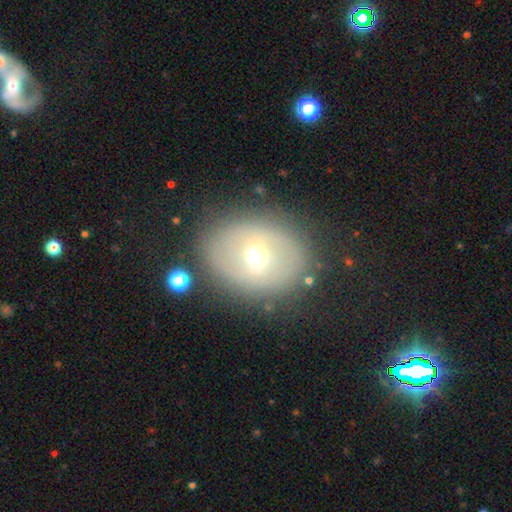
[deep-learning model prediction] smooth_or_featured: featured or disk (p=0.50) [alt: smooth p=0.39]
disk_edge_on: no (p=0.94) [alt: yes p=0.06]
merging: none (p=0.82) [alt: minor disturbance p=0.12]